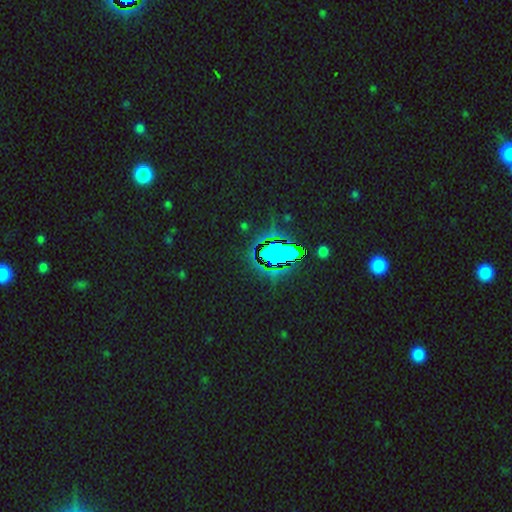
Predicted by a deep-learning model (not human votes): Morphology: type=star or artifact (82%).